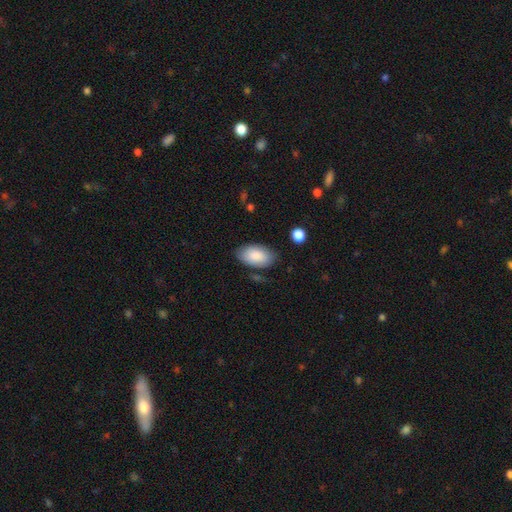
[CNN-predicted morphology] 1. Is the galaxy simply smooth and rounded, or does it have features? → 86% smooth, 8% featured or disk, 6% star or artifact.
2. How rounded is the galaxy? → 95% in between, 3% round, 2% cigar-shaped.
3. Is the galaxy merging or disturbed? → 78% none, 15% minor disturbance, 4% major disturbance, 3% merger.